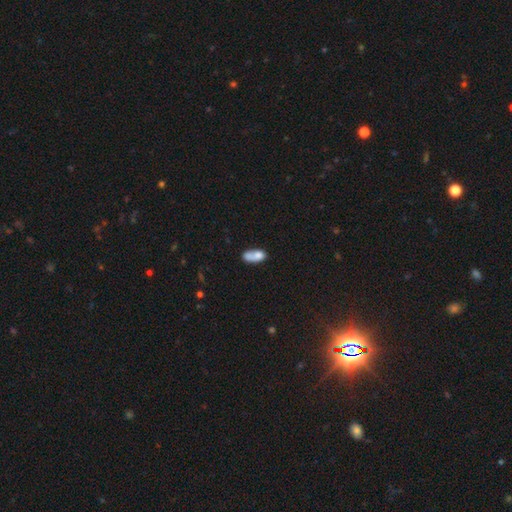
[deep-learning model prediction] Smooth or featured? Predicted: smooth (p=0.71). How rounded? Predicted: in between (p=0.83). Merging? Predicted: merger (p=0.47).